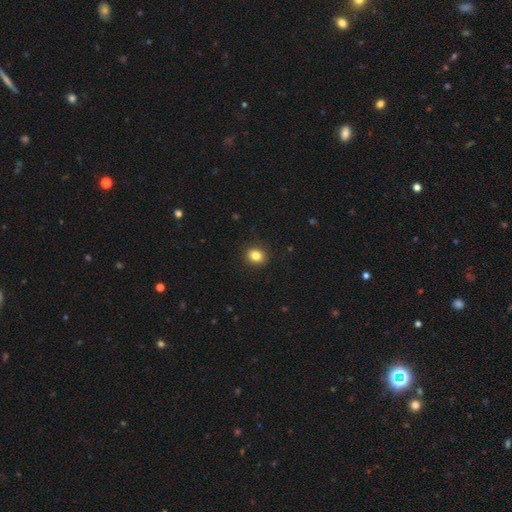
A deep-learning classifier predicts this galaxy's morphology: Smooth or featured? smooth (84%)
How rounded? round (62%)
Merging? none (91%)